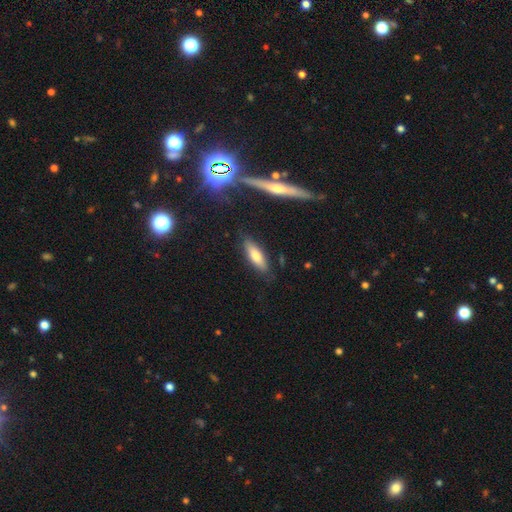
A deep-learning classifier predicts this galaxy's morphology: smooth-or-featured: smooth: 71% | featured or disk: 23% | star or artifact: 7%
  how-rounded: in between: 49% (tied) | cigar-shaped: 49% (tied) | round: 2%
  merging: none: 82% | minor disturbance: 13% | major disturbance: 3% | merger: 2%